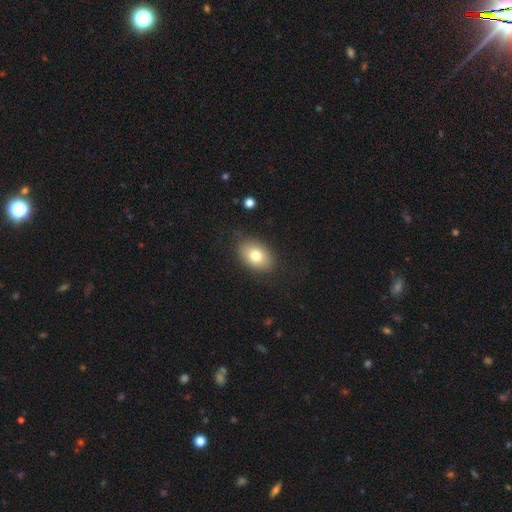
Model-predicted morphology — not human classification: smooth 78%, featured or disk 14%, star or artifact 8%. Down the decision tree: how rounded — in between (86%); merging — none (83%).